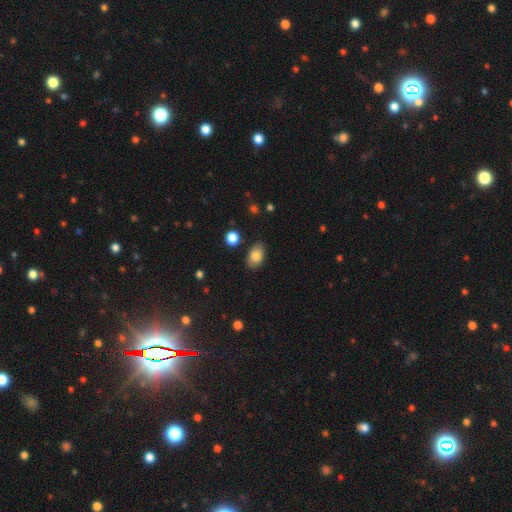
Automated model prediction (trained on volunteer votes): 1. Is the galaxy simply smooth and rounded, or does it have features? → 83% smooth, 9% featured or disk, 8% star or artifact.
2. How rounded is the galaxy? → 88% in between, 10% round, 1% cigar-shaped.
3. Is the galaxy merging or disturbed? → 84% none, 12% minor disturbance, 2% major disturbance, 2% merger.